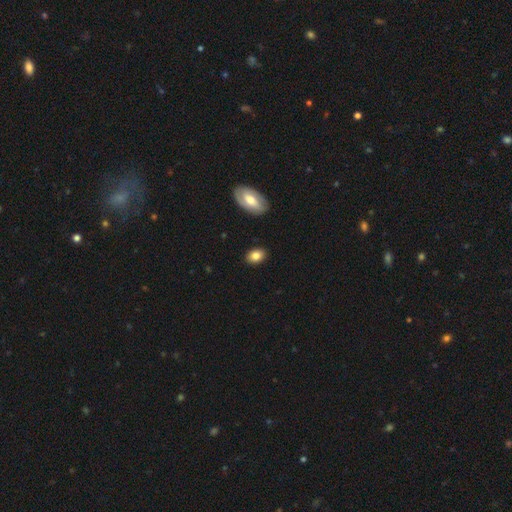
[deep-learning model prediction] The model was most divided on "how rounded": in between: 82%, round: 16%, cigar-shaped: 2%. More confident: merging — none (88%); smooth or featured — smooth (83%).